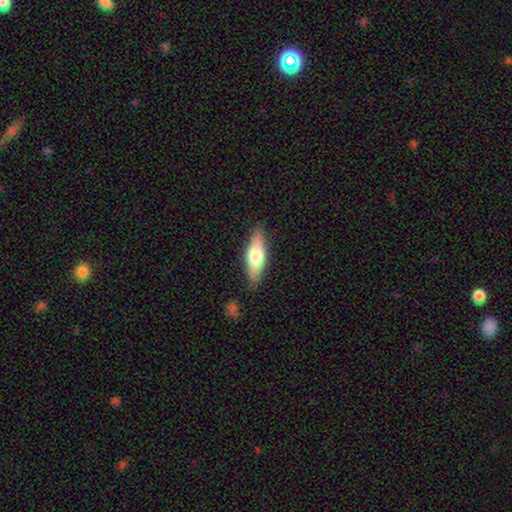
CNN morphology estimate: Q: Smooth or featured?
A: smooth (63%); runner-up: featured or disk (32%)
Q: How rounded?
A: in between (49%); runner-up: cigar-shaped (48%)
Q: Merging?
A: none (84%); runner-up: minor disturbance (12%)